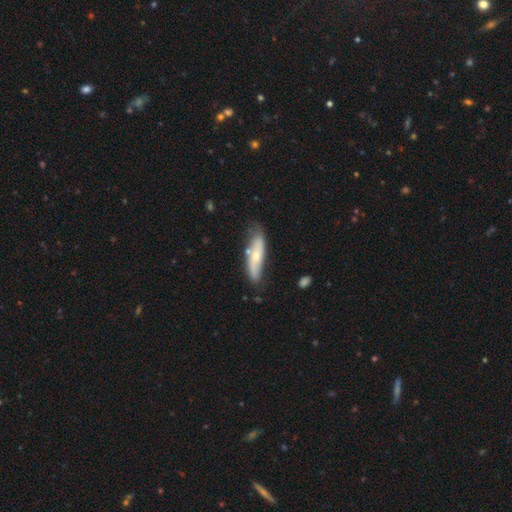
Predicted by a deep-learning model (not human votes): Morphology: type=featured or disk (48%); merging=none (67%).